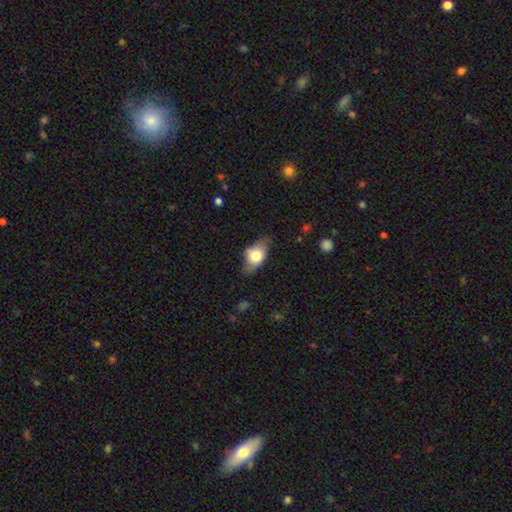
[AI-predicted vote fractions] smooth 67%, featured or disk 25%, star or artifact 7%. Down the decision tree: how rounded — in between (84%); merging — none (62%).